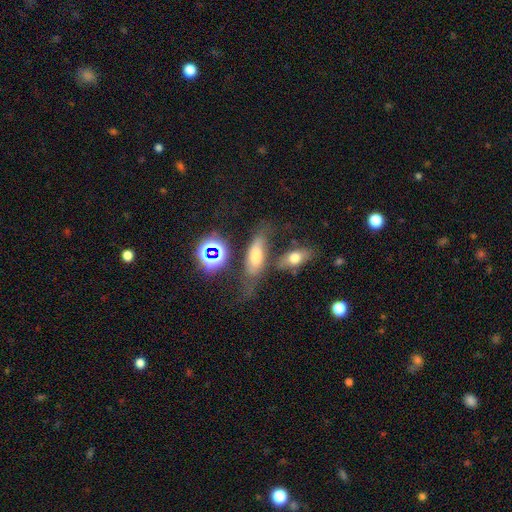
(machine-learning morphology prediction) The model was most divided on "merging": none: 49%, minor disturbance: 21%, merger: 16%, major disturbance: 14%. More confident: how rounded — in between (72%); smooth or featured — smooth (57%).